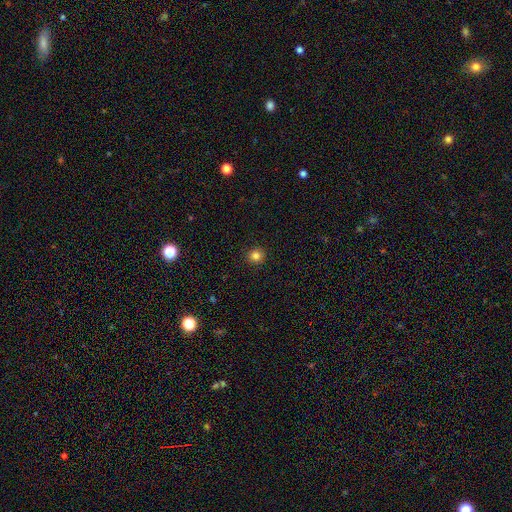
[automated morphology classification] Smooth or featured? smooth (83%)
How rounded? round (93%)
Merging? none (93%)